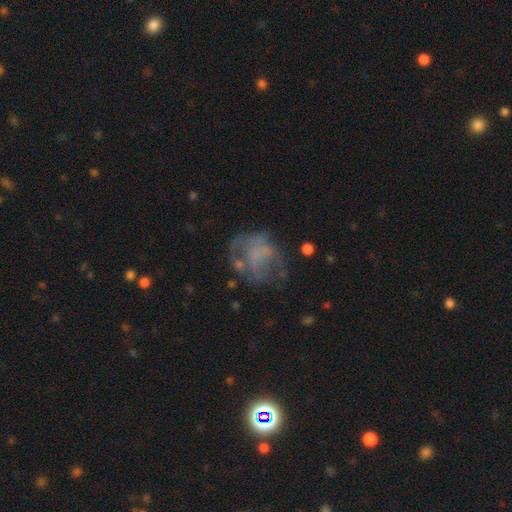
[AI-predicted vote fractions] This appears to be a featured or disk galaxy (51%). Merging: none (44%).